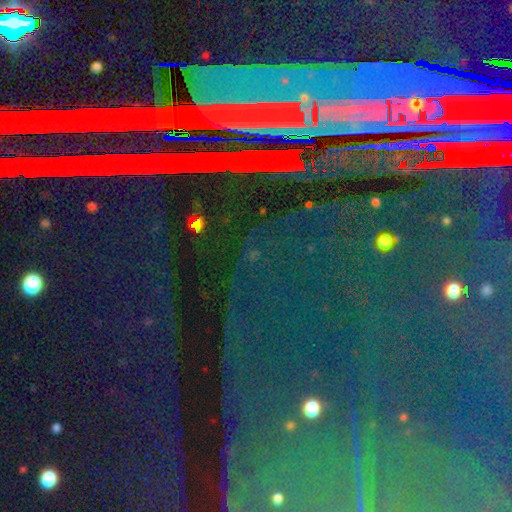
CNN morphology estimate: A star or artifact, not a galaxy (86%).

Vote fractions:
- Smooth or featured? star or artifact: 86% / featured or disk: 7% / smooth: 7%